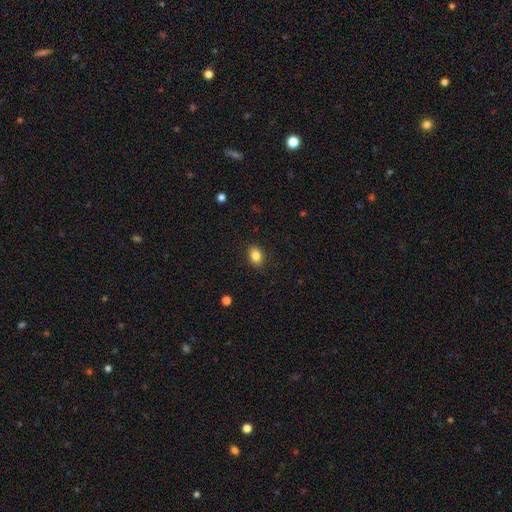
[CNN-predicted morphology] The model was most divided on "how rounded": in between: 70%, round: 29%, cigar-shaped: 1%. More confident: merging — none (88%); smooth or featured — smooth (85%).